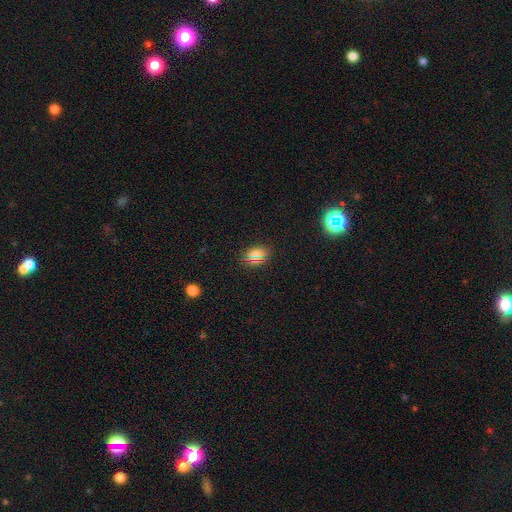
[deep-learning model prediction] smooth_or_featured: smooth (p=0.72) [alt: star or artifact p=0.21]
how_rounded: in between (p=0.72) [alt: round p=0.24]
merging: none (p=0.86) [alt: minor disturbance p=0.09]